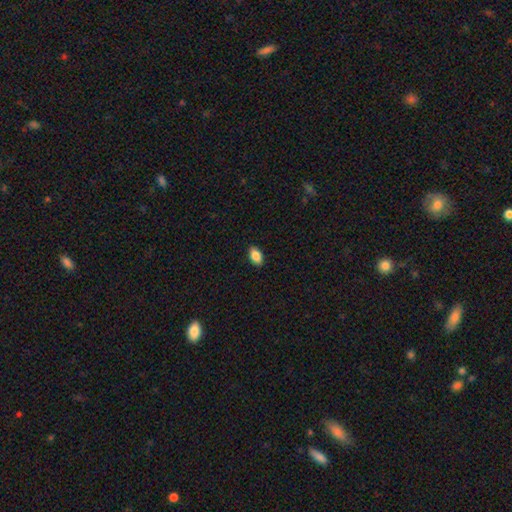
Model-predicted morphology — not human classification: A smooth galaxy with no disk features (87%) that is in between round and cigar-shaped (92%). Merging: none (90%).